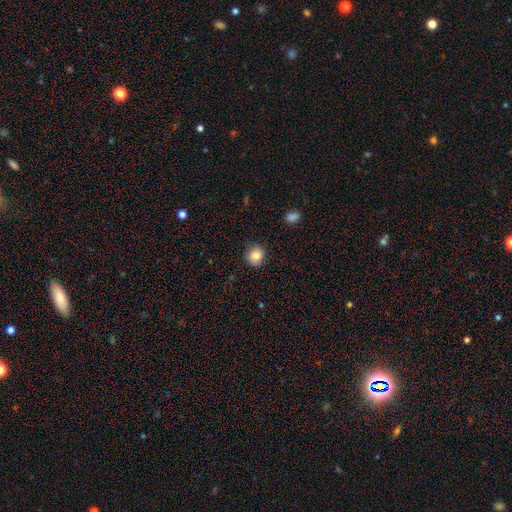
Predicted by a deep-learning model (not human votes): The model was most divided on "how rounded": round: 86%, in between: 13%, cigar-shaped: 1%. More confident: merging — none (86%); smooth or featured — smooth (84%).